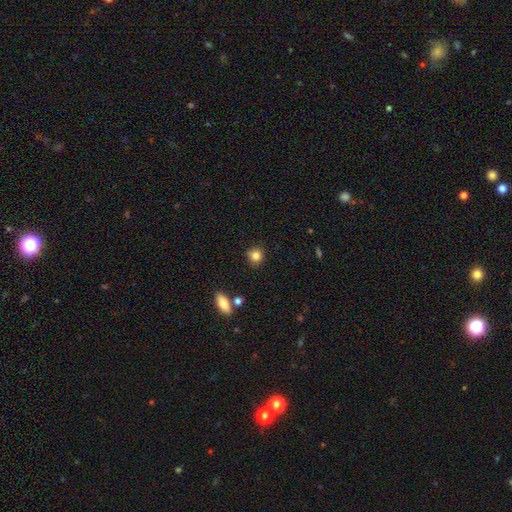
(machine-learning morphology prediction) Q: Smooth or featured?
A: smooth (84%); runner-up: star or artifact (10%)
Q: How rounded?
A: round (88%); runner-up: in between (11%)
Q: Merging?
A: none (85%); runner-up: minor disturbance (9%)